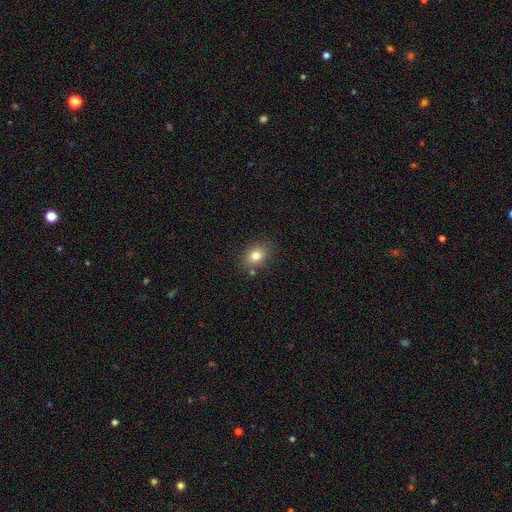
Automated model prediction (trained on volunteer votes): This is likely a smooth galaxy (80%). How rounded: possibly in between (58%). Merging: likely none (79%).